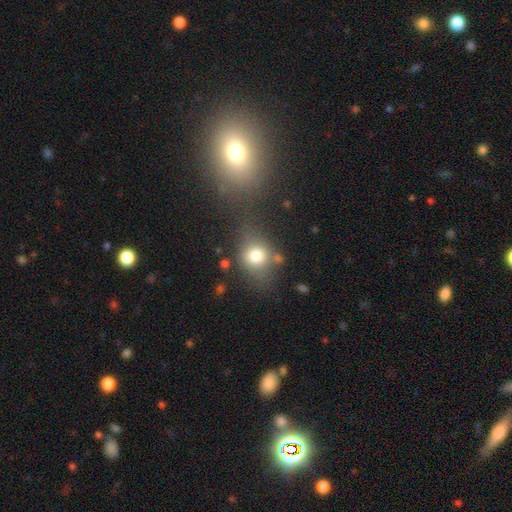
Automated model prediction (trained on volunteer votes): This is likely a smooth galaxy (75%). How rounded: likely round (63%). Merging: possibly none (52%).